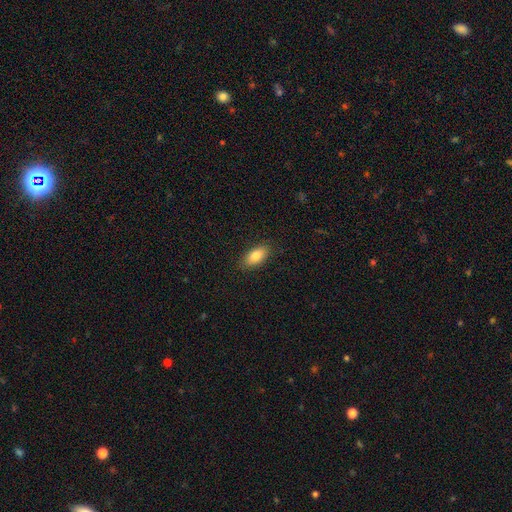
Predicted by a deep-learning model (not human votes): Smooth or featured? Predicted: smooth (p=0.80). How rounded? Predicted: in between (p=0.89). Merging? Predicted: none (p=0.87).